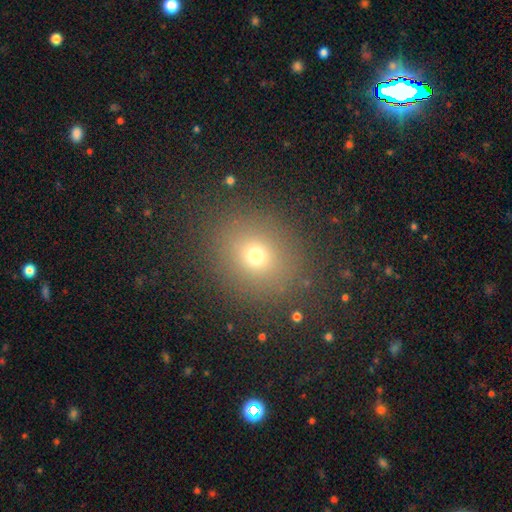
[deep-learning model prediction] smooth-or-featured: smooth: 68% | star or artifact: 21% | featured or disk: 11%
  how-rounded: round: 74% | in between: 25% | cigar-shaped: 1%
  merging: none: 85% | minor disturbance: 9% | major disturbance: 4% | merger: 2%